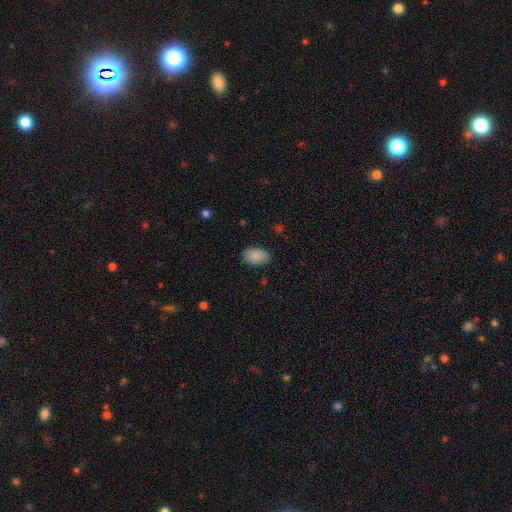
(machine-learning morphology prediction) Smooth or featured? smooth (88%)
How rounded? in between (91%)
Merging? none (84%)